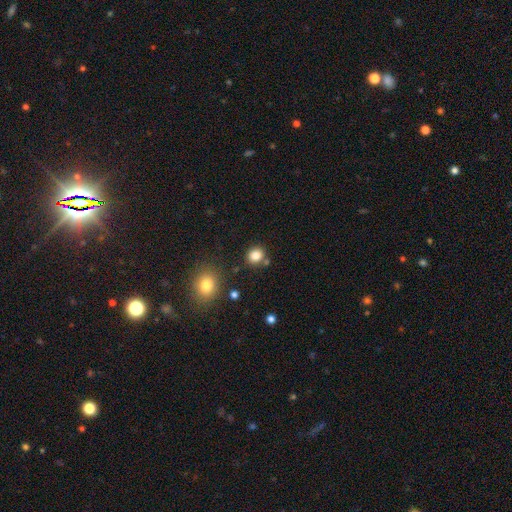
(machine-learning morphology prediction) type=smooth (83%); roundness=round (73%); merging=none (80%).